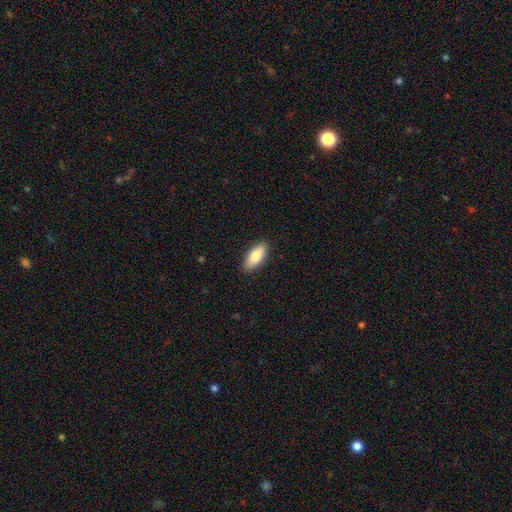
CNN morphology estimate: This appears to be a smooth galaxy with no disk features (82%) that is in between round and cigar-shaped (84%). Merging: none (89%).